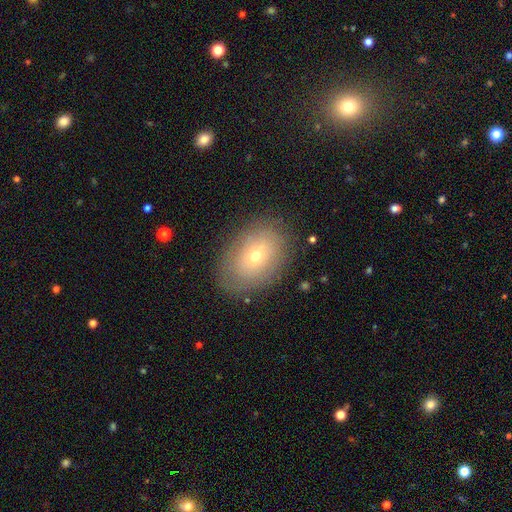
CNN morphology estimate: Smooth or featured? Predicted: smooth (p=0.58). How rounded? Predicted: in between (p=0.76). Merging? Predicted: none (p=0.82).